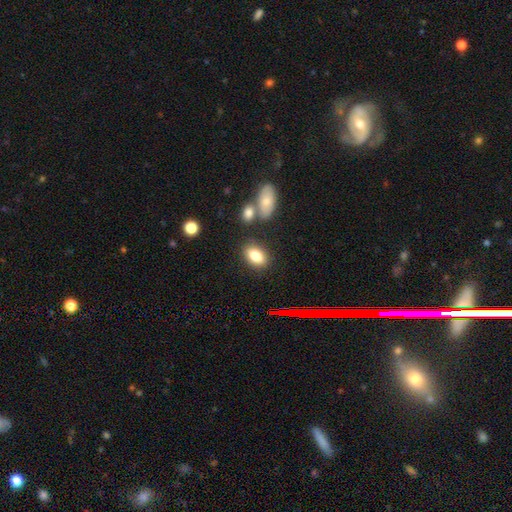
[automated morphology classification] smooth-or-featured: smooth: 81% | featured or disk: 9% | star or artifact: 9%
  how-rounded: in between: 84% | round: 13% | cigar-shaped: 2%
  merging: none: 77% | minor disturbance: 11% | merger: 8% | major disturbance: 3%